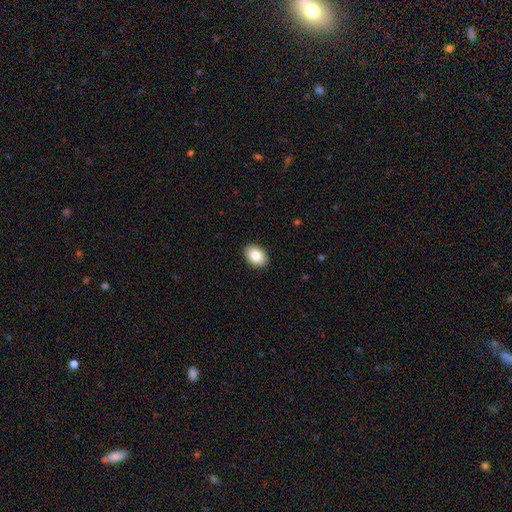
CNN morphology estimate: A smooth galaxy with no disk features (85%) that is in between round and cigar-shaped (82%). Merging: none (90%).